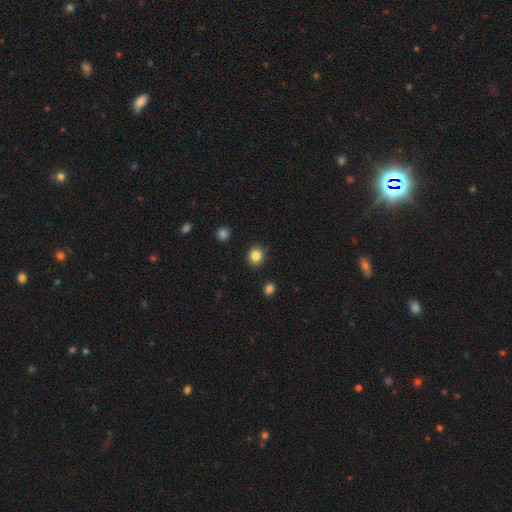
Smooth or featured?
  - smooth: 77% *
  - featured or disk: 18%
  - star or artifact: 5%
How rounded?
  - round: 77% *
  - in between: 23%
  - cigar-shaped: 0%
Merging?
  - none: 89% *
  - minor disturbance: 11%
  - major disturbance: 0%
  - merger: 0%